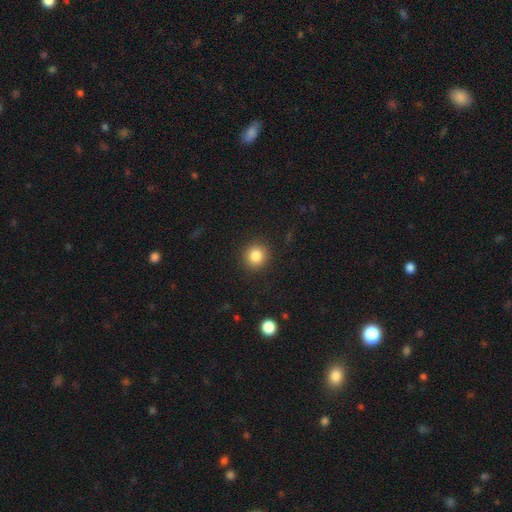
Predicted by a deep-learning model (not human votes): Smooth or featured: smooth — 85% (star or artifact — 10%)
How rounded: round — 91% (in between — 8%)
Merging: none — 90% (minor disturbance — 6%)